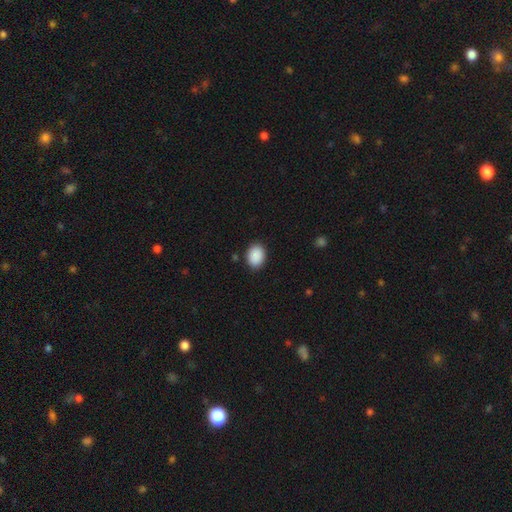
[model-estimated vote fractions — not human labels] A smooth galaxy with no disk features (90%) that is in between round and cigar-shaped (70%).

Vote fractions:
- Smooth or featured? smooth: 90% / star or artifact: 7% / featured or disk: 3%
- How rounded? in between: 70% / round: 30% / cigar-shaped: 1%
- Merging? none: 88% / minor disturbance: 9% / major disturbance: 2% / merger: 1%